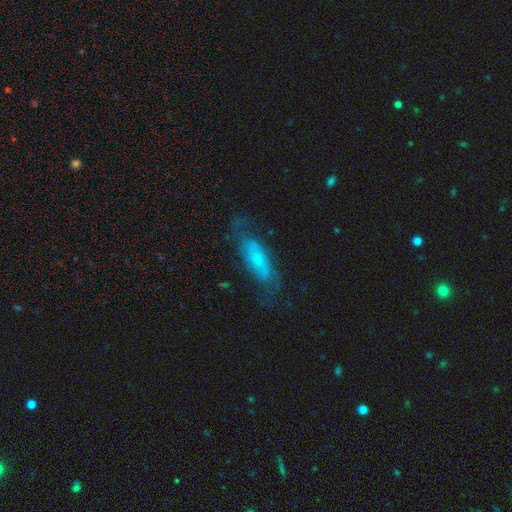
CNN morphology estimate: Smooth or featured: featured or disk — 56% (smooth — 30%)
Edge-on disk: no — 79% (yes — 21%)
Merging: none — 70% (minor disturbance — 19%)